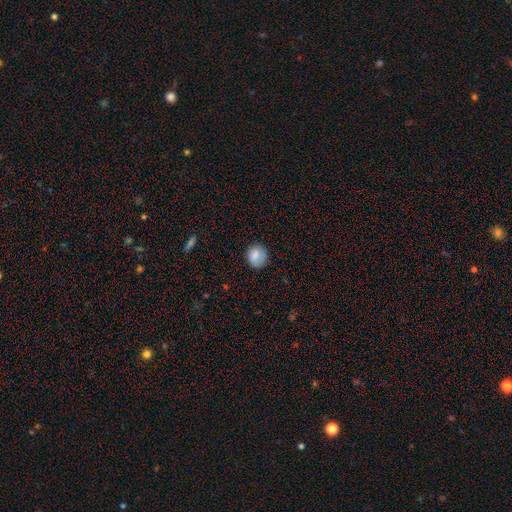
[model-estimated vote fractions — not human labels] Morphology: type=smooth (84%); roundness=round (81%); merging=none (79%).